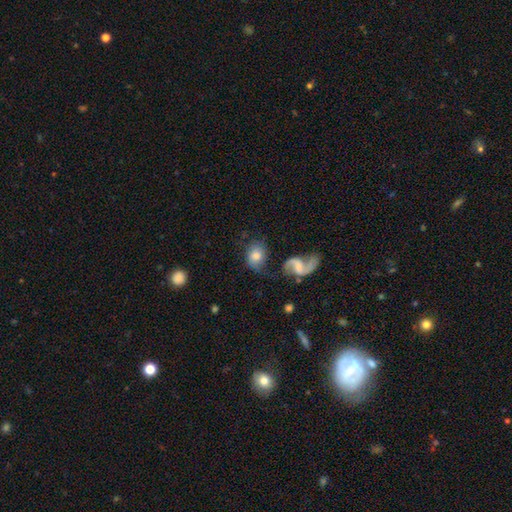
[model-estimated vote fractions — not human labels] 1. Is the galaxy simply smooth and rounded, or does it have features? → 63% smooth, 29% featured or disk, 8% star or artifact.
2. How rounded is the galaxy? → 50% round, 49% in between, 2% cigar-shaped.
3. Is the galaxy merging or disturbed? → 58% none, 19% minor disturbance, 13% merger, 10% major disturbance.